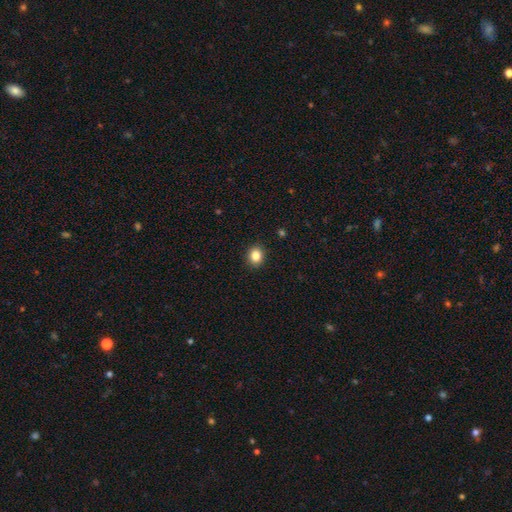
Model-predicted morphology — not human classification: This is clearly a smooth galaxy (84%). How rounded: likely round (69%). Merging: clearly none (91%).